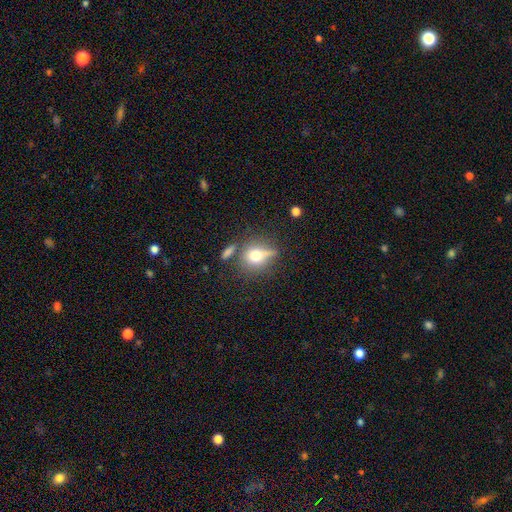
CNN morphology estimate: Overall: smooth (61%; featured or disk 27%). How rounded: round (66%; in between 28%). Merging: none (59%; minor disturbance 20%).